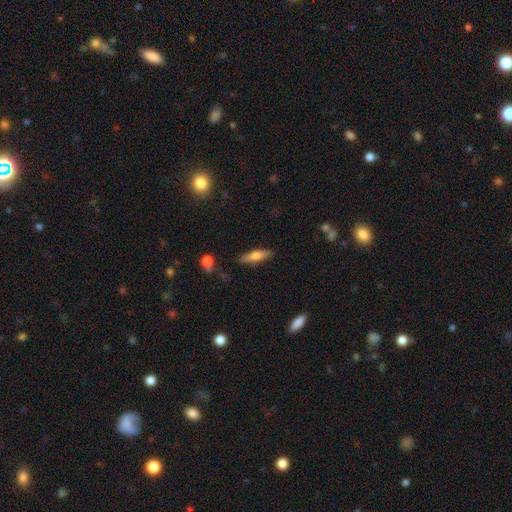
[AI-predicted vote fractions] Smooth or featured: smooth — 70% (featured or disk — 24%)
How rounded: cigar-shaped — 64% (in between — 34%)
Merging: none — 83% (minor disturbance — 11%)